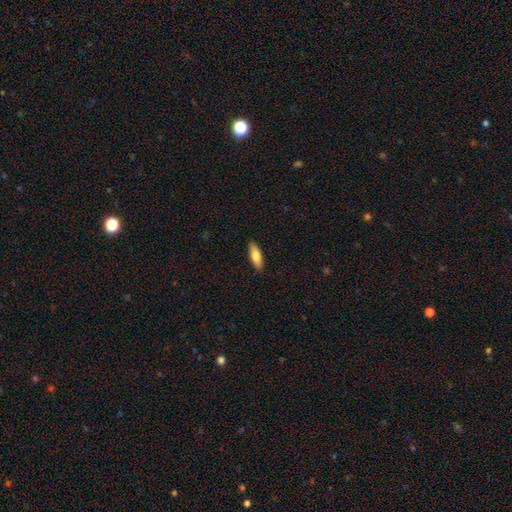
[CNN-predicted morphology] smooth_or_featured: smooth (p=0.77) [alt: featured or disk p=0.18]
how_rounded: in between (p=0.54) [alt: cigar-shaped p=0.44]
merging: none (p=0.89) [alt: minor disturbance p=0.08]